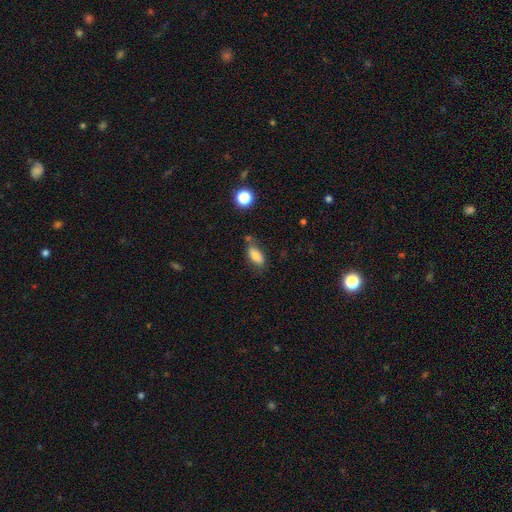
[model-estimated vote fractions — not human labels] Smooth or featured?
  - smooth: 80% *
  - featured or disk: 11%
  - star or artifact: 9%
How rounded?
  - in between: 85% *
  - cigar-shaped: 11%
  - round: 4%
Merging?
  - none: 63% *
  - minor disturbance: 21%
  - merger: 9%
  - major disturbance: 6%